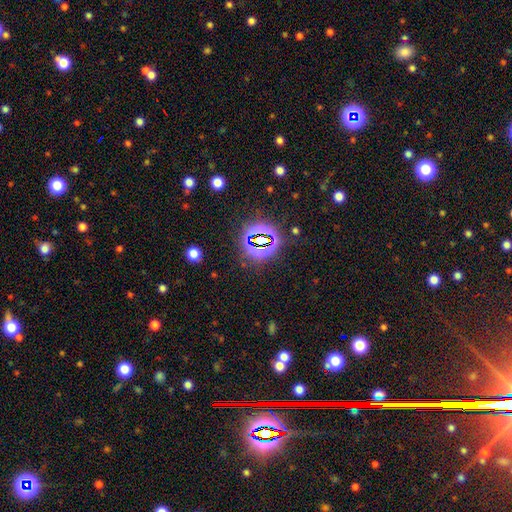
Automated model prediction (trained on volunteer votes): Overall: star or artifact (81%).